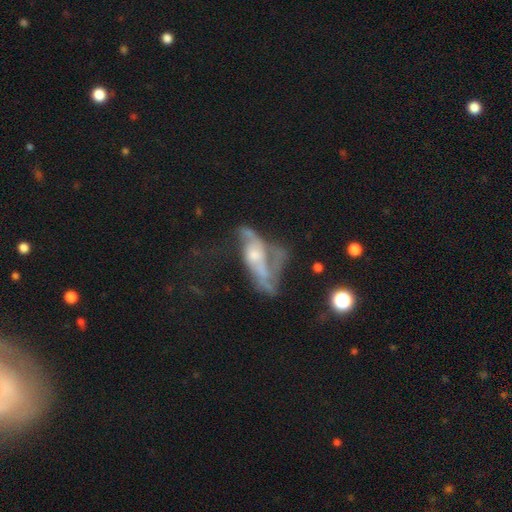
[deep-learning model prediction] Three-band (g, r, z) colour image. It shows a featured or disk galaxy (66%) with no bar (73%), spiral arms (51%) and a small central bulge (40%). Merging: major disturbance (45%).